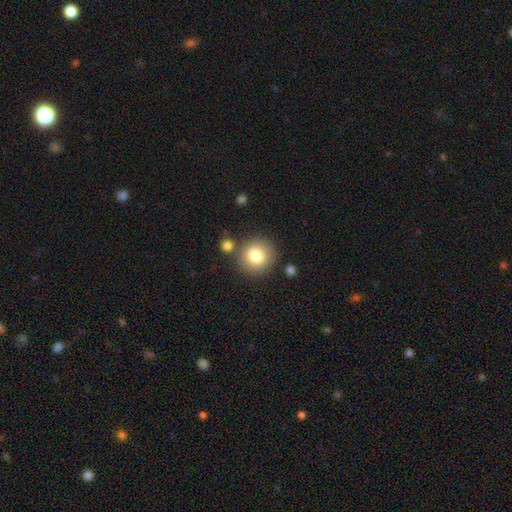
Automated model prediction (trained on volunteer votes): A smooth galaxy with no disk features (81%) that is round (90%).

Vote fractions:
- Smooth or featured? smooth: 81% / featured or disk: 10% / star or artifact: 9%
- How rounded? round: 90% / in between: 9% / cigar-shaped: 1%
- Merging? none: 78% / minor disturbance: 10% / merger: 9% / major disturbance: 4%